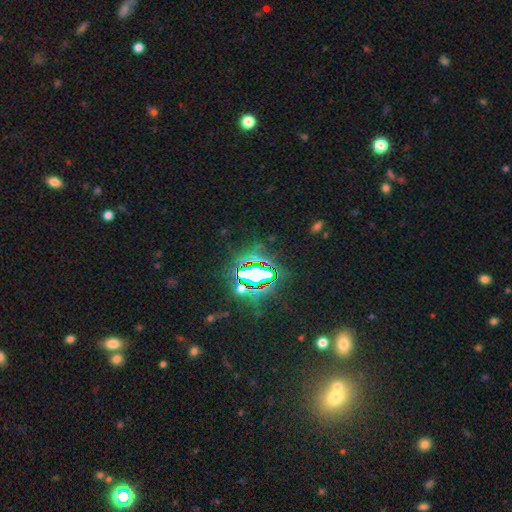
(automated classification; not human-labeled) Smooth or featured? Predicted: star or artifact (p=0.84).